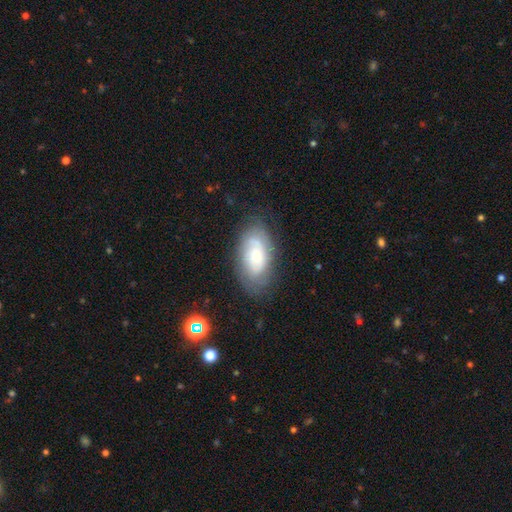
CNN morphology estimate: type=featured or disk (55%); edge-on=no (93%); bar=no (73%); spiral arms=yes (81%); bulge=small (49%); merging=none (73%).